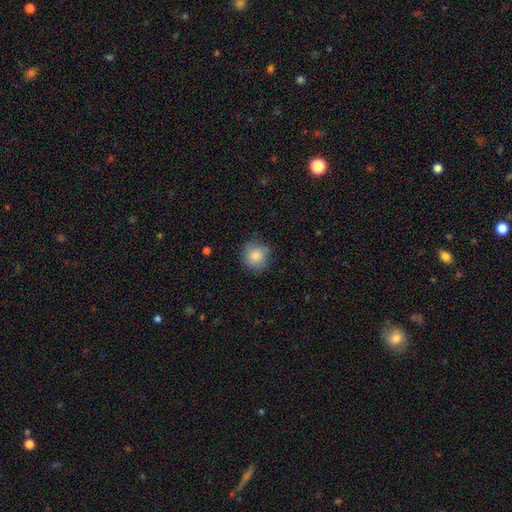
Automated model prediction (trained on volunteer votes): Smooth or featured? smooth (84%)
How rounded? round (91%)
Merging? none (82%)